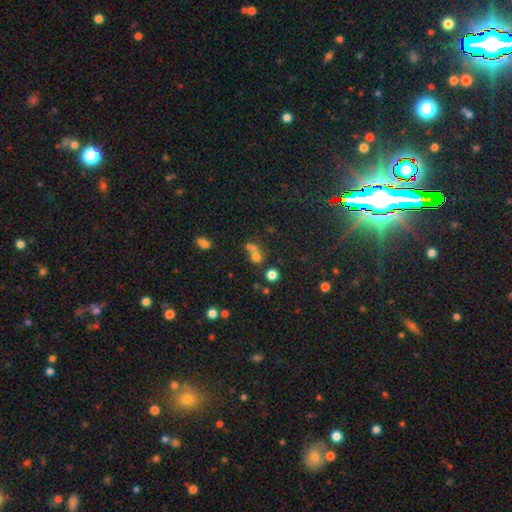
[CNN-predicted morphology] smooth 65%, star or artifact 21%, featured or disk 14%. Down the decision tree: how rounded — round (76%); merging — merger (49%).